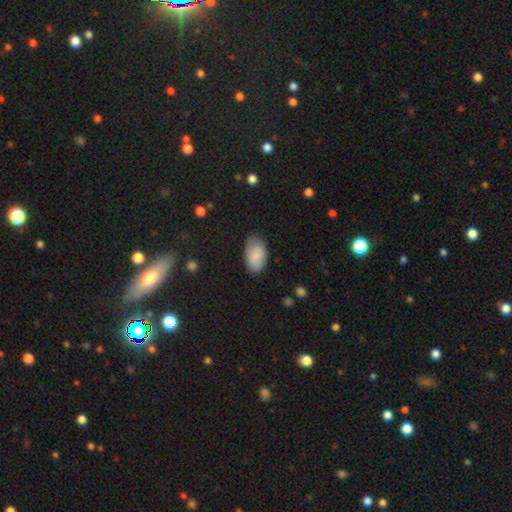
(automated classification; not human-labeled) This appears to be a smooth galaxy with no disk features (87%) that is in between round and cigar-shaped (95%). Merging: none (79%).